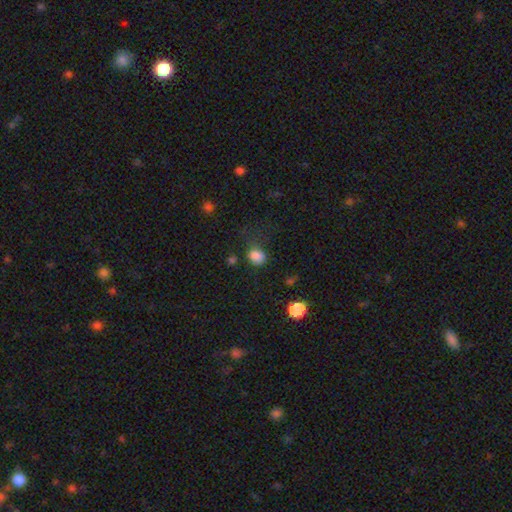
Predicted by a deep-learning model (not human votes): A smooth galaxy with no disk features (82%) that is round (52%). Merging: none (55%).